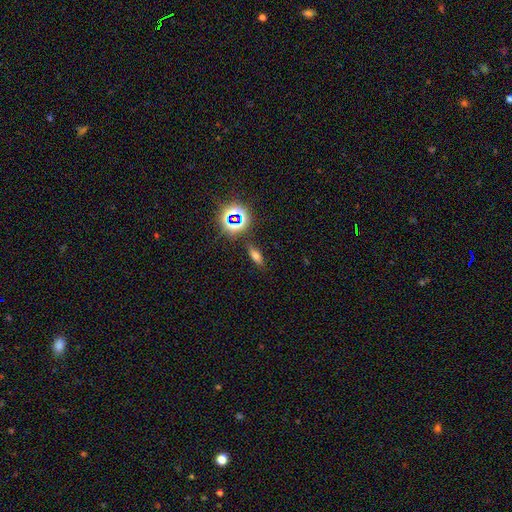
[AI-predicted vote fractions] A smooth galaxy with no disk features (62%) that is in between round and cigar-shaped (67%).

Vote fractions:
- Smooth or featured? smooth: 62% / star or artifact: 25% / featured or disk: 14%
- How rounded? in between: 67% / cigar-shaped: 25% / round: 8%
- Merging? none: 84% / minor disturbance: 10% / major disturbance: 3% / merger: 3%